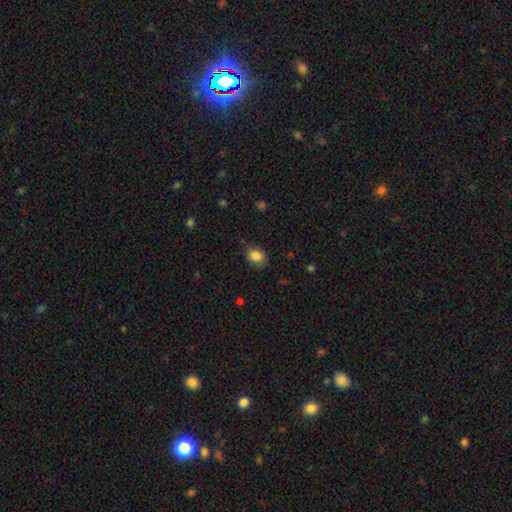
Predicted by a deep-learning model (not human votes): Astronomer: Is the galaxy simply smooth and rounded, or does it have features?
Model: smooth — 85%.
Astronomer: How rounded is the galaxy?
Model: in between — 50% (runner-up: round, 49%).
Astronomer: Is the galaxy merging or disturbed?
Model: none — 67%.